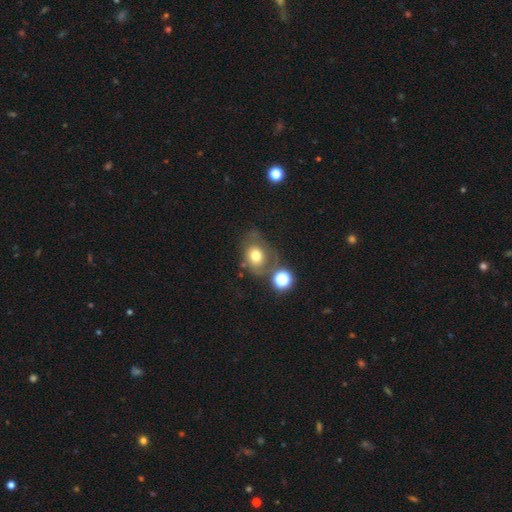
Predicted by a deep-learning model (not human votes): smooth-or-featured: smooth: 64% | featured or disk: 23% | star or artifact: 13%
  how-rounded: round: 51% | in between: 48% | cigar-shaped: 1%
  merging: none: 46% | minor disturbance: 22% | major disturbance: 17% | merger: 15%